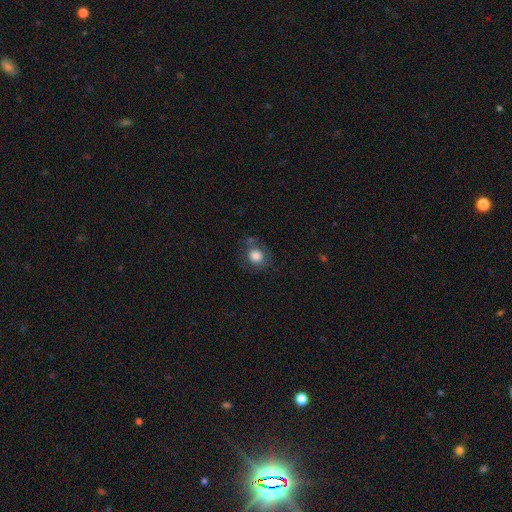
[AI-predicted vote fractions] Q: Smooth or featured?
A: smooth (82%); runner-up: star or artifact (10%)
Q: How rounded?
A: round (79%); runner-up: in between (20%)
Q: Merging?
A: none (70%); runner-up: minor disturbance (18%)